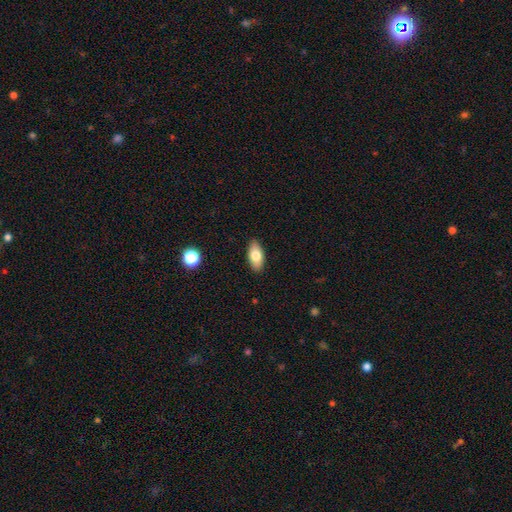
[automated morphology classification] Overall: smooth (77%). How rounded: in between (90%). Merging: none (88%).